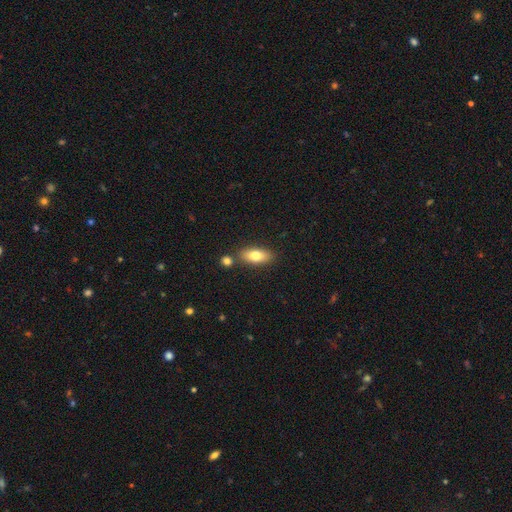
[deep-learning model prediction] Smooth or featured?
  - smooth: 77% *
  - featured or disk: 16%
  - star or artifact: 7%
How rounded?
  - in between: 83% *
  - cigar-shaped: 13%
  - round: 4%
Merging?
  - none: 78% *
  - minor disturbance: 10%
  - merger: 9%
  - major disturbance: 2%